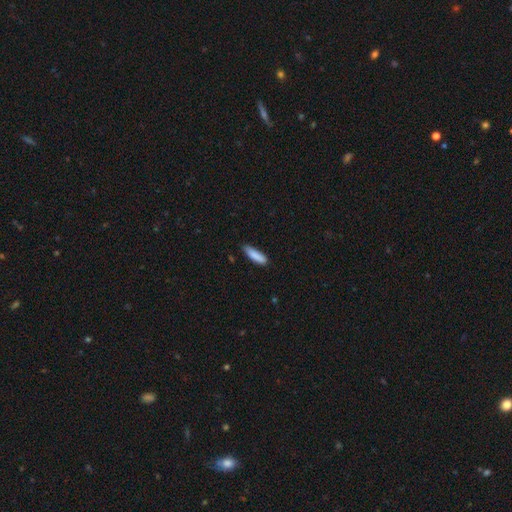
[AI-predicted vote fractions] Smooth or featured? smooth (87%)
How rounded? cigar-shaped (67%)
Merging? none (79%)